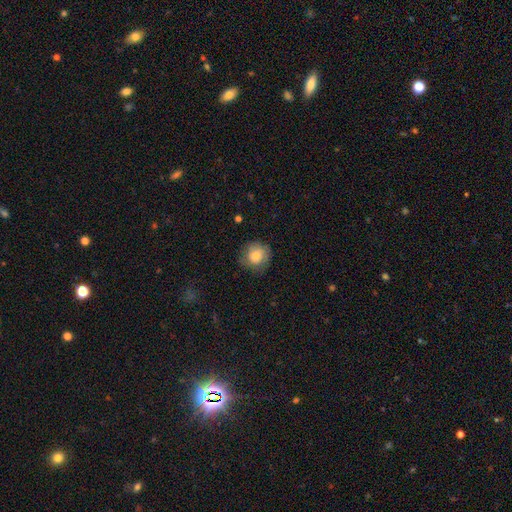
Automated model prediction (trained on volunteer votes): smooth-or-featured: smooth: 69% | featured or disk: 23% | star or artifact: 8%
  how-rounded: round: 87% | in between: 12% | cigar-shaped: 1%
  merging: none: 74% | minor disturbance: 19% | major disturbance: 6% | merger: 1%